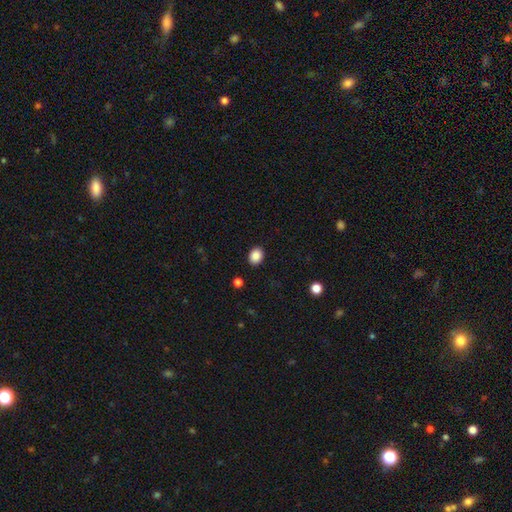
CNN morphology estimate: Overall: smooth (88%). How rounded: in between (55%; round 44%). Merging: none (90%).